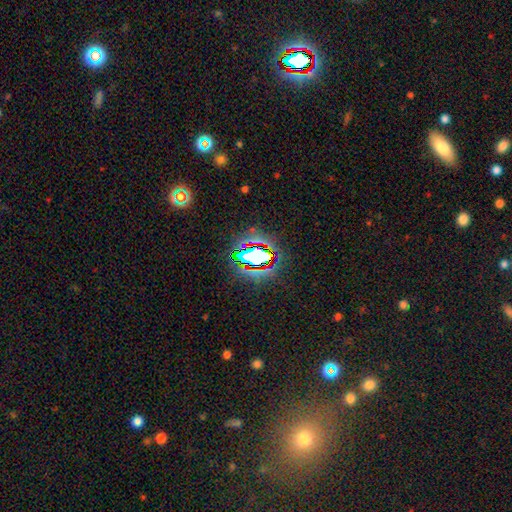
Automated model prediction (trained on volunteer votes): A star or artifact, not a galaxy (59%).

Vote fractions:
- Smooth or featured? star or artifact: 59% / smooth: 27% / featured or disk: 14%